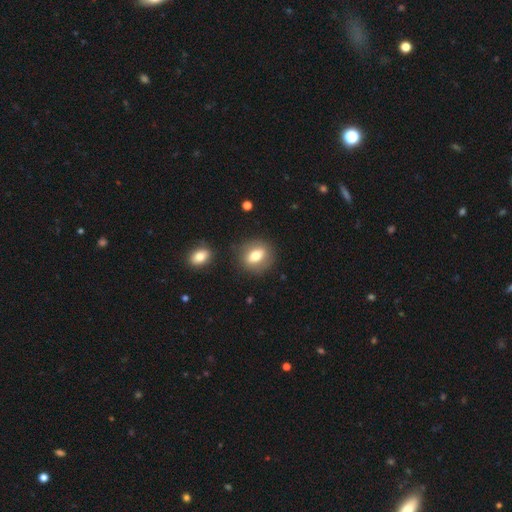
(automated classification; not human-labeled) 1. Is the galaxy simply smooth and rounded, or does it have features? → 71% smooth, 21% featured or disk, 8% star or artifact.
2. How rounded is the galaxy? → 54% in between, 43% round, 3% cigar-shaped.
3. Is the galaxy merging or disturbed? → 83% none, 10% minor disturbance, 4% major disturbance, 3% merger.